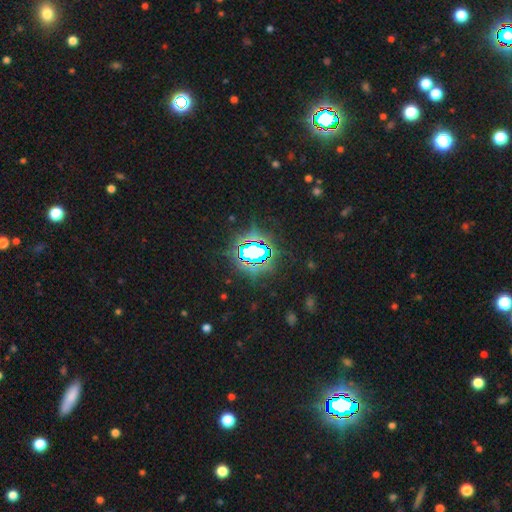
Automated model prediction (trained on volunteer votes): Overall: star or artifact (79%).